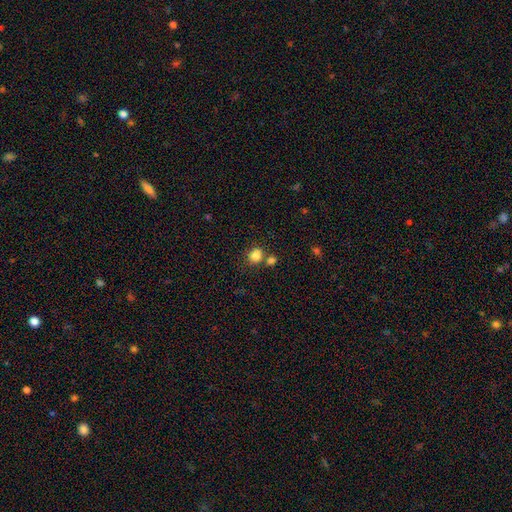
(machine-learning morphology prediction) Q: Smooth or featured?
A: smooth (83%); runner-up: star or artifact (11%)
Q: How rounded?
A: round (68%); runner-up: in between (31%)
Q: Merging?
A: none (59%); runner-up: merger (24%)